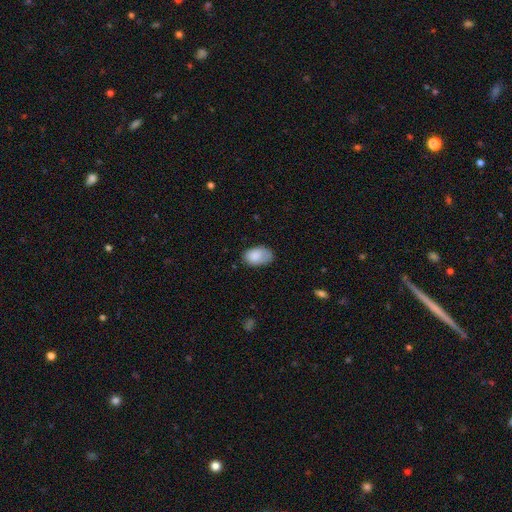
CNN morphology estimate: Overall: smooth (85%). How rounded: in between (90%). Merging: none (62%; minor disturbance 29%).